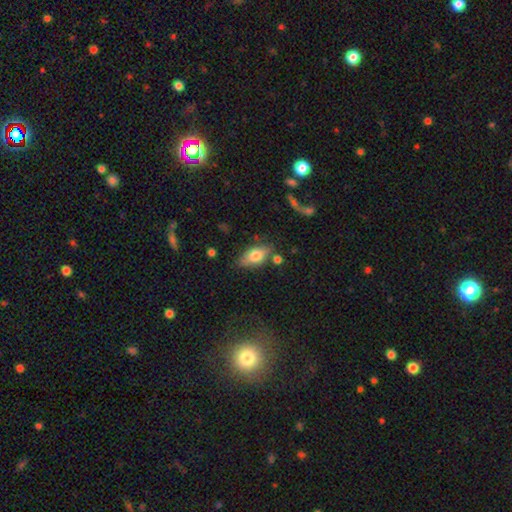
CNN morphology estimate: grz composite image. It shows a smooth galaxy with no disk features (68%) that is in between round and cigar-shaped (83%). Merging: none (73%).